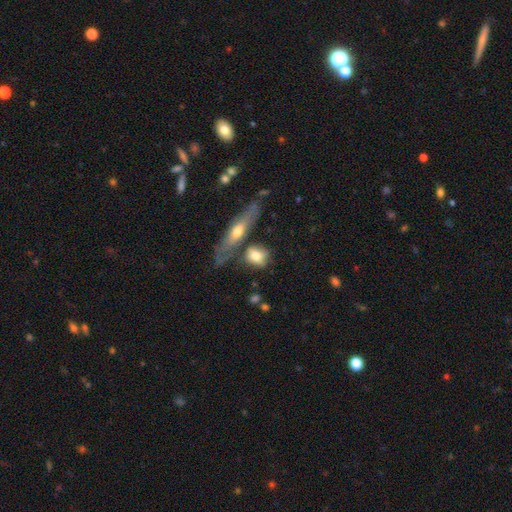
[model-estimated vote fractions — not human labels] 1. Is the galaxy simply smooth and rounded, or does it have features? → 67% smooth, 26% featured or disk, 7% star or artifact.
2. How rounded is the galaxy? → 43% in between, 40% round, 17% cigar-shaped.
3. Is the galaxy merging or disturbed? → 53% none, 21% merger, 18% minor disturbance, 8% major disturbance.